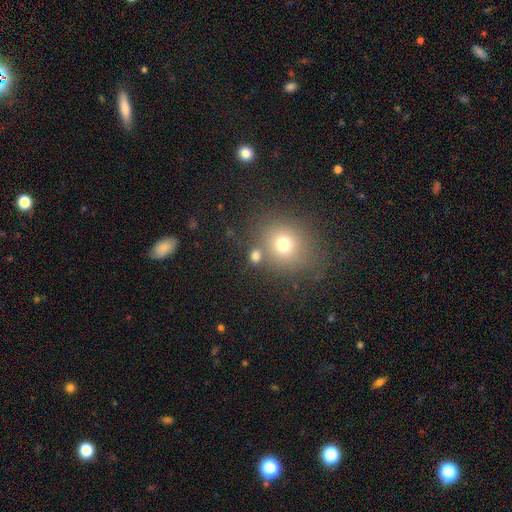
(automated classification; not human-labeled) smooth-or-featured: smooth: 73% | star or artifact: 17% | featured or disk: 10%
  how-rounded: round: 77% | in between: 21% | cigar-shaped: 2%
  merging: none: 69% | merger: 16% | minor disturbance: 10% | major disturbance: 5%